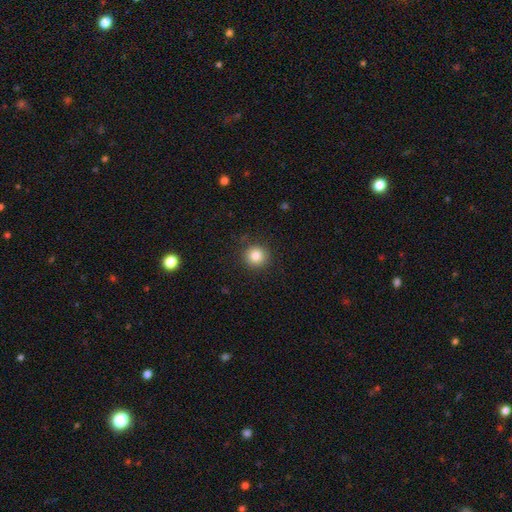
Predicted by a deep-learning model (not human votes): This appears to be a smooth galaxy with no disk features (84%) that is round (93%). Merging: none (90%).